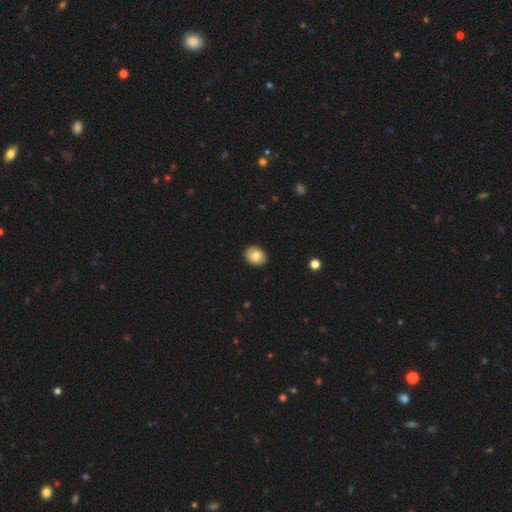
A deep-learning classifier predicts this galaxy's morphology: The model was most divided on "how rounded": round: 54%, in between: 45%, cigar-shaped: 1%. More confident: merging — none (90%); smooth or featured — smooth (79%).